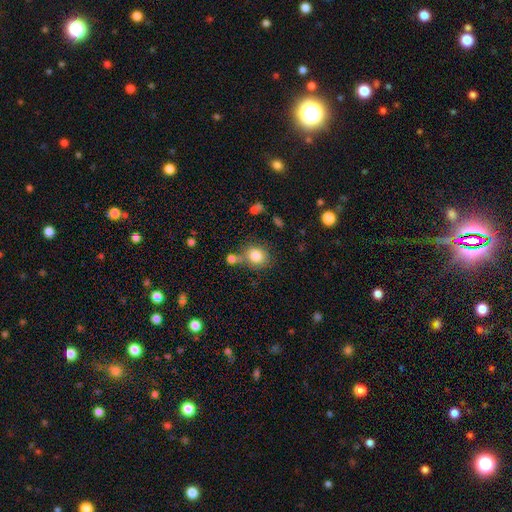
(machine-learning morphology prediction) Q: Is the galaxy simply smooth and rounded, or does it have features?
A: smooth — 82%.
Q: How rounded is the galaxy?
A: round — 75%.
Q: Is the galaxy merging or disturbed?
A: none — 62%.